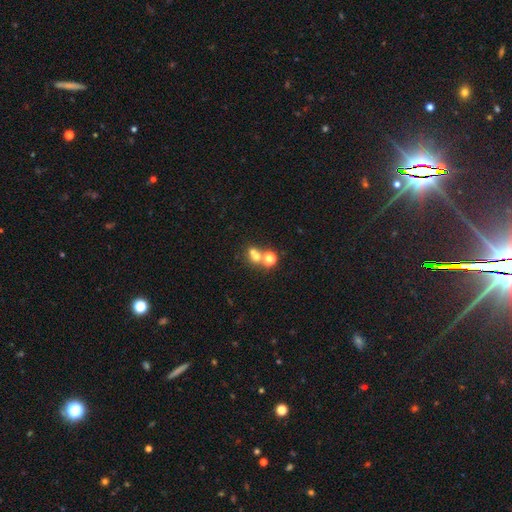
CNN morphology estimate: Overall: smooth (60%; star or artifact 23%). How rounded: round (73%). Merging: merger (49%; none 40%).